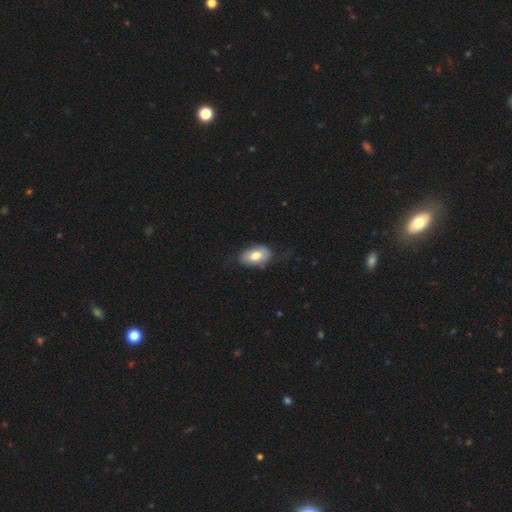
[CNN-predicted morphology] type=smooth (71%); roundness=in between (90%); merging=none (61%).